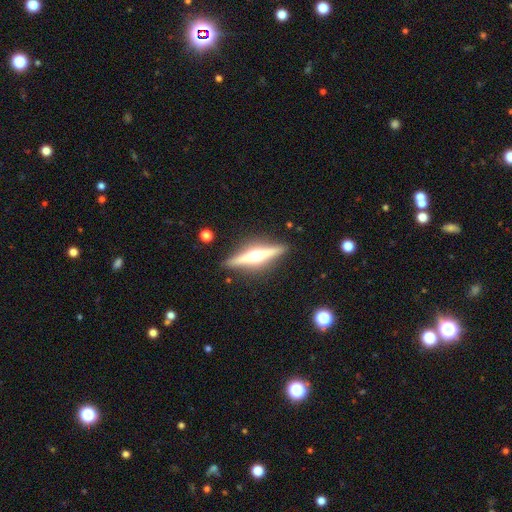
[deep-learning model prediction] This appears to be a featured or disk galaxy (77%) viewed edge-on (98%) with a rounded central bulge (95%). Merging: none (90%).